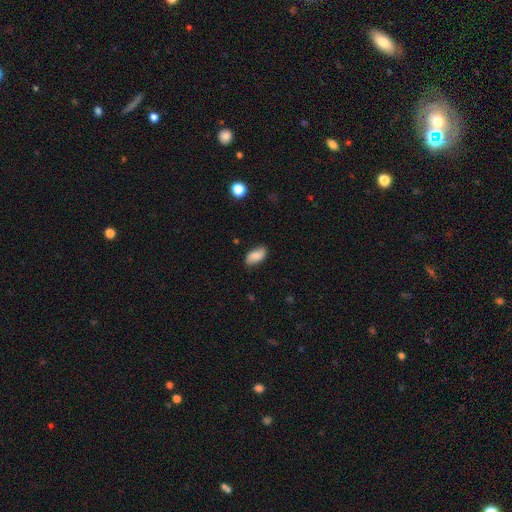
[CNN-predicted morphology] Q: Smooth or featured?
A: smooth (76%); runner-up: featured or disk (17%)
Q: How rounded?
A: in between (93%); runner-up: round (4%)
Q: Merging?
A: none (79%); runner-up: minor disturbance (17%)